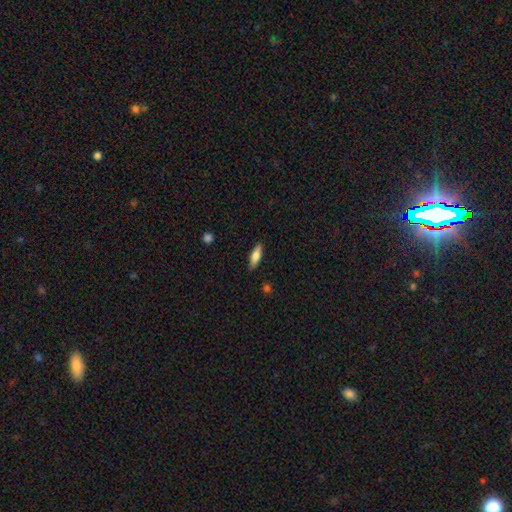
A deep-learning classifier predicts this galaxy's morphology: Smooth or featured: smooth — 73% (featured or disk — 21%)
How rounded: in between — 52% (cigar-shaped — 46%)
Merging: none — 87% (minor disturbance — 10%)